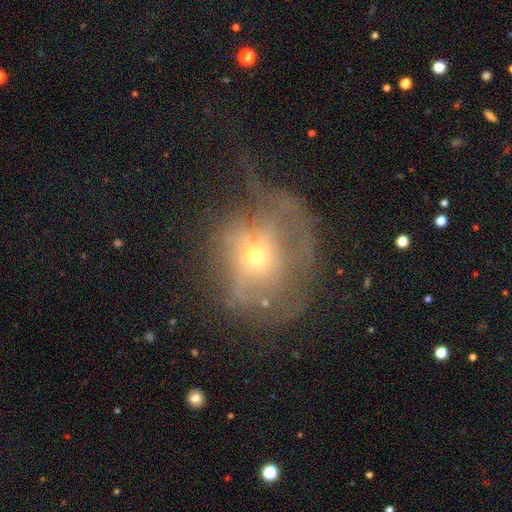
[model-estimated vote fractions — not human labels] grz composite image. It shows a featured or disk galaxy (50%). Merging: major disturbance (47%).